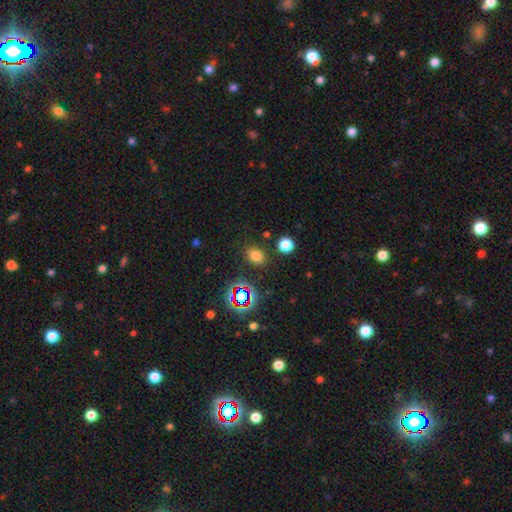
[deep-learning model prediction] The model was most divided on "how rounded": in between: 62%, round: 37%, cigar-shaped: 1%. More confident: merging — none (83%); smooth or featured — smooth (72%).